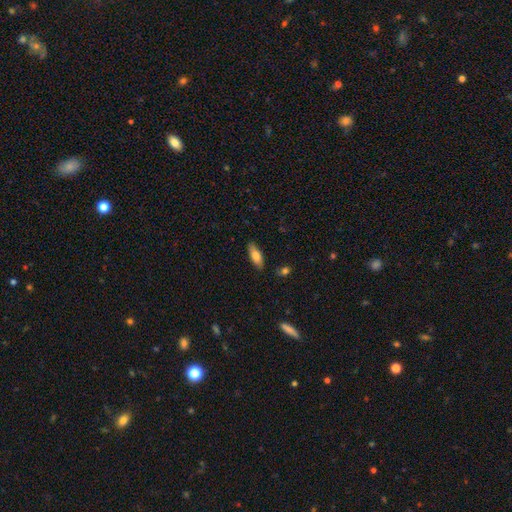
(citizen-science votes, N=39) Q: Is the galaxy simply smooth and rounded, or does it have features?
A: smooth — 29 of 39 (74%).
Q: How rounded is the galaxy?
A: in between — 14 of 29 (48%, tied with cigar-shaped).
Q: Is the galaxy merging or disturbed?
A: none — 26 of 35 (74%).